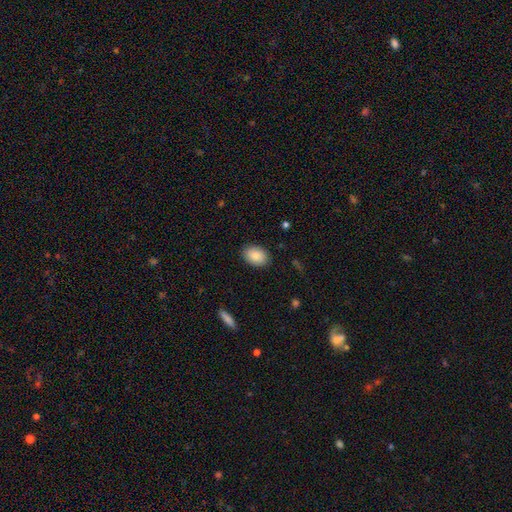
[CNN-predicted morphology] A smooth galaxy with no disk features (86%) that is in between round and cigar-shaped (82%). Merging: none (88%).